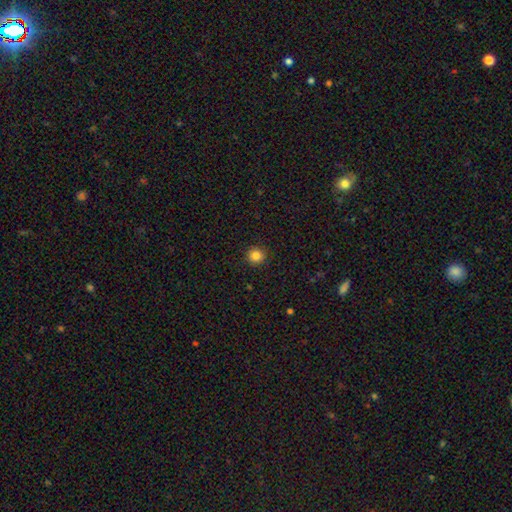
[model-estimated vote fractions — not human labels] A smooth galaxy with no disk features (85%) that is round (94%).

Vote fractions:
- Smooth or featured? smooth: 85% / star or artifact: 11% / featured or disk: 4%
- How rounded? round: 94% / in between: 5% / cigar-shaped: 1%
- Merging? none: 91% / minor disturbance: 6% / major disturbance: 2% / merger: 1%